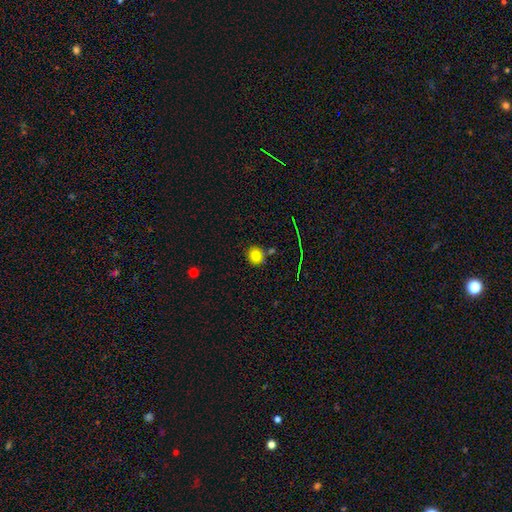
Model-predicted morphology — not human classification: Q: Smooth or featured?
A: smooth (78%); runner-up: star or artifact (14%)
Q: How rounded?
A: round (76%); runner-up: in between (23%)
Q: Merging?
A: none (76%); runner-up: minor disturbance (11%)